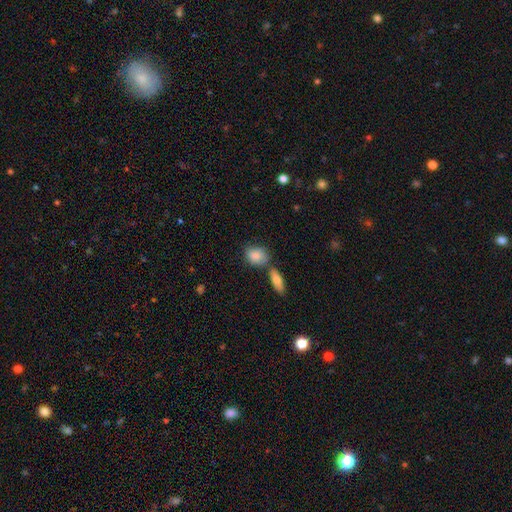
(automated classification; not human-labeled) Smooth or featured: smooth — 84% (featured or disk — 10%)
How rounded: in between — 60% (round — 36%)
Merging: none — 57% (merger — 23%)